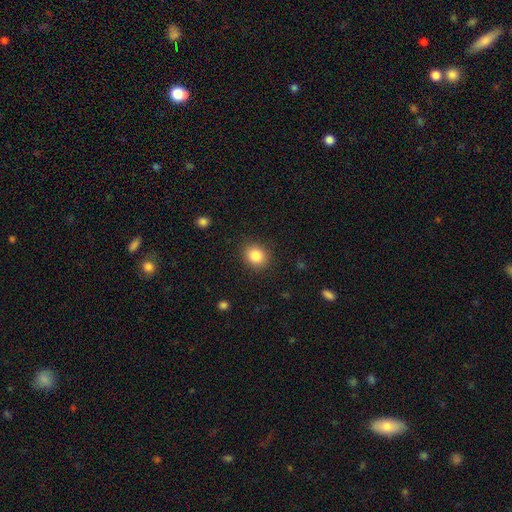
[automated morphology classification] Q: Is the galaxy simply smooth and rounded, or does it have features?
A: smooth — 85%.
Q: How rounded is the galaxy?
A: round — 69%.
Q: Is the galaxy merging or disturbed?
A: none — 88%.